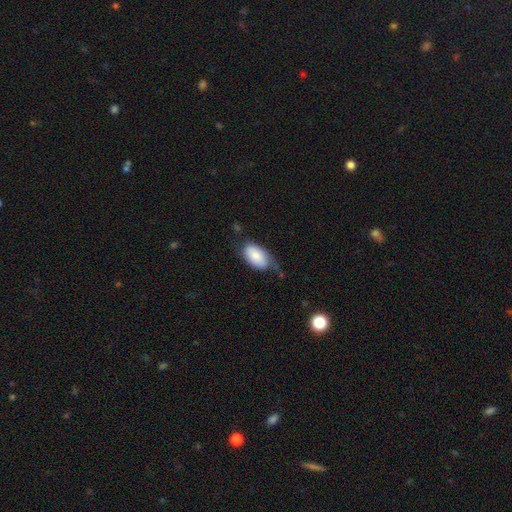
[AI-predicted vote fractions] A smooth galaxy with no disk features (82%) that is in between round and cigar-shaped (94%).

Vote fractions:
- Smooth or featured? smooth: 82% / featured or disk: 11% / star or artifact: 6%
- How rounded? in between: 94% / round: 4% / cigar-shaped: 2%
- Merging? none: 57% / minor disturbance: 31% / major disturbance: 9% / merger: 3%